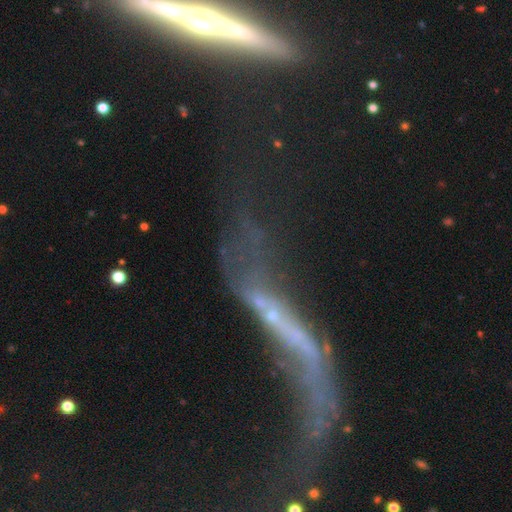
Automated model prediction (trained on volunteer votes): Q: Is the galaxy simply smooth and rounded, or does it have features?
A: featured or disk — 70%.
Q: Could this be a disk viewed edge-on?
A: no — 52%.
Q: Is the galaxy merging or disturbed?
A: major disturbance — 42%.